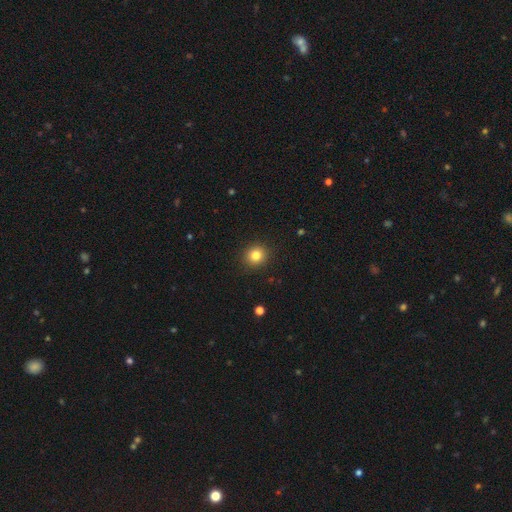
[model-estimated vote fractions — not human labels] Morphology: type=smooth (83%); roundness=round (88%); merging=none (91%).